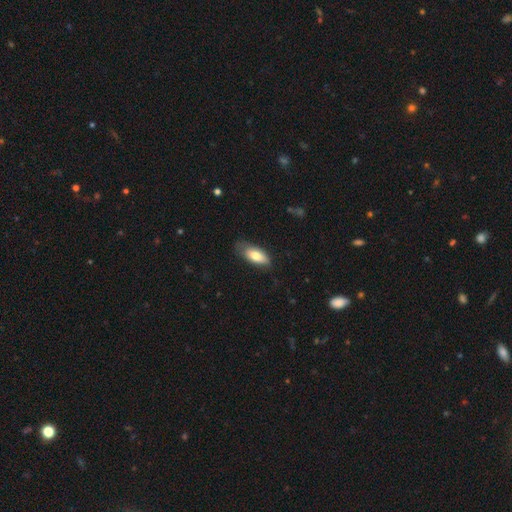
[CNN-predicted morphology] A smooth galaxy with no disk features (76%) that is in between round and cigar-shaped (84%).

Vote fractions:
- Smooth or featured? smooth: 76% / featured or disk: 18% / star or artifact: 6%
- How rounded? in between: 84% / cigar-shaped: 13% / round: 3%
- Merging? none: 64% / minor disturbance: 28% / major disturbance: 7% / merger: 1%